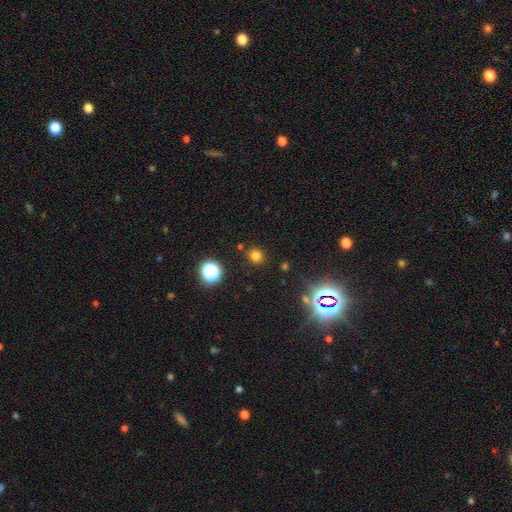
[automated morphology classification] The model was most divided on "smooth or featured": smooth: 74%, star or artifact: 20%, featured or disk: 5%. More confident: merging — none (86%); how rounded — round (86%).